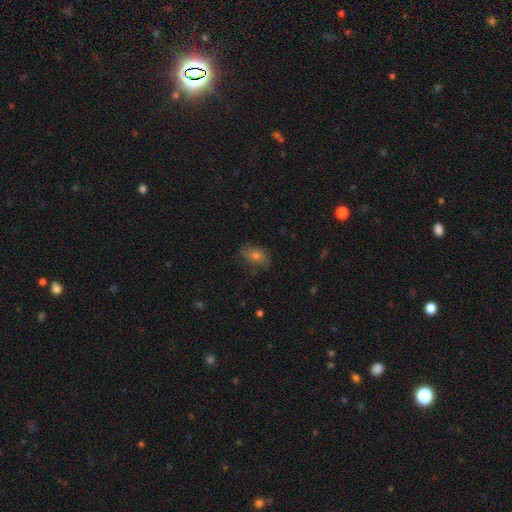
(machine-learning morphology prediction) Q: Smooth or featured?
A: smooth (53%); runner-up: featured or disk (31%)
Q: How rounded?
A: in between (77%); runner-up: round (19%)
Q: Merging?
A: none (73%); runner-up: minor disturbance (19%)